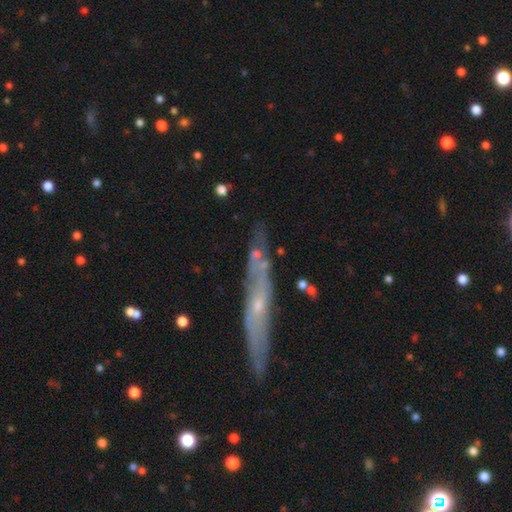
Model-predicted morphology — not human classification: Smooth or featured?
  - featured or disk: 54% *
  - smooth: 34%
  - star or artifact: 12%
Edge-on disk?
  - yes: 60% *
  - no: 40%
Merging?
  - none: 70% *
  - minor disturbance: 17%
  - merger: 8%
  - major disturbance: 6%